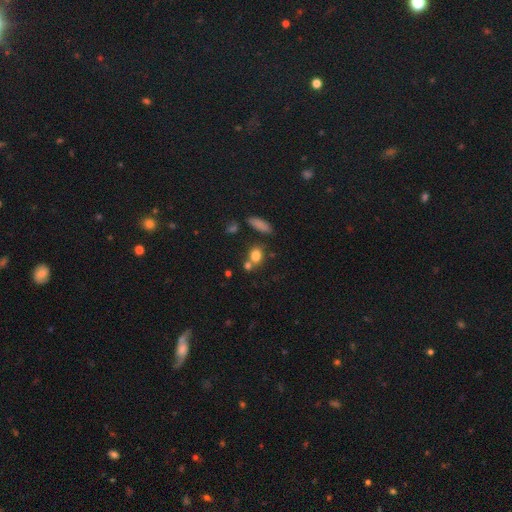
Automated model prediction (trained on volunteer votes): Smooth or featured?
  - smooth: 79% *
  - star or artifact: 12%
  - featured or disk: 9%
How rounded?
  - in between: 52% *
  - round: 44%
  - cigar-shaped: 4%
Merging?
  - none: 59% *
  - merger: 24%
  - minor disturbance: 12%
  - major disturbance: 4%